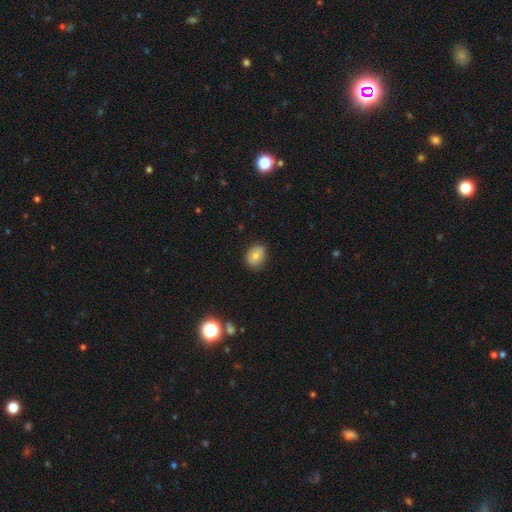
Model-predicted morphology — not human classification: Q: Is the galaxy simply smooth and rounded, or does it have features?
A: smooth — 73%.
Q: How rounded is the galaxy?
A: in between — 55%.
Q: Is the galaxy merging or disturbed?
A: none — 79%.